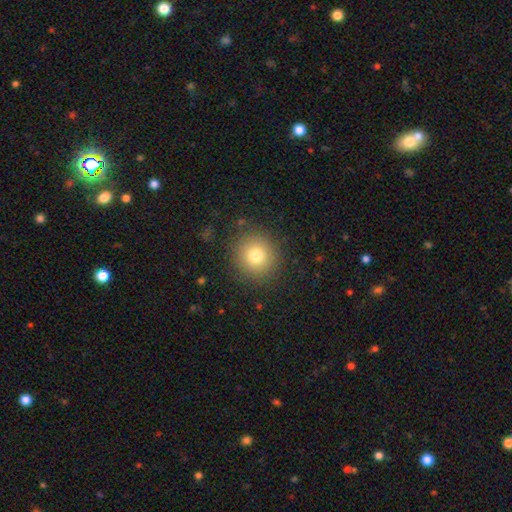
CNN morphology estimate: A smooth galaxy with no disk features (77%) that is round (92%).

Vote fractions:
- Smooth or featured? smooth: 77% / star or artifact: 12% / featured or disk: 10%
- How rounded? round: 92% / in between: 7% / cigar-shaped: 1%
- Merging? none: 88% / minor disturbance: 8% / major disturbance: 3% / merger: 1%